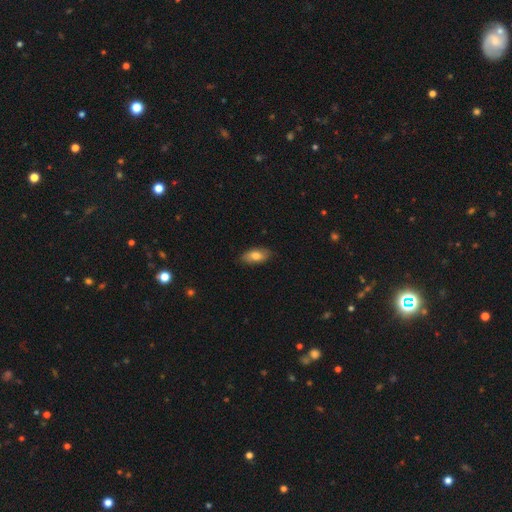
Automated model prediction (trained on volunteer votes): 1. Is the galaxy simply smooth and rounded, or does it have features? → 78% smooth, 15% featured or disk, 7% star or artifact.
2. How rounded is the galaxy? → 91% in between, 6% cigar-shaped, 4% round.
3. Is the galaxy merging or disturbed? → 84% none, 13% minor disturbance, 2% major disturbance, 1% merger.